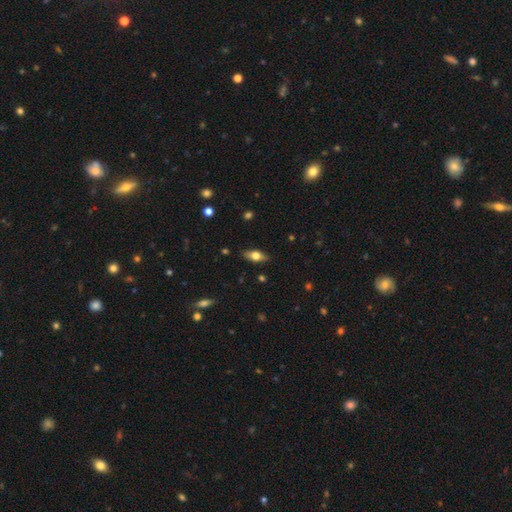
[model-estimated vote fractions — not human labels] Q: Smooth or featured?
A: smooth (60%); runner-up: featured or disk (32%)
Q: How rounded?
A: in between (79%); runner-up: cigar-shaped (17%)
Q: Merging?
A: none (85%); runner-up: minor disturbance (11%)